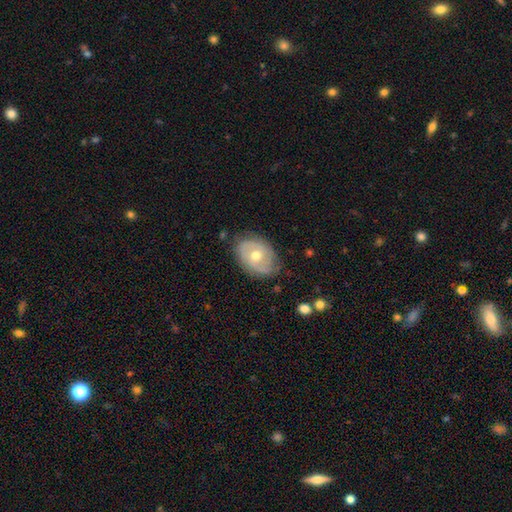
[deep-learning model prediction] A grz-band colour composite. It shows a featured or disk galaxy (61%) with no bar (71%), spiral arms (62%) and a moderate central bulge (78%). Merging: none (73%).